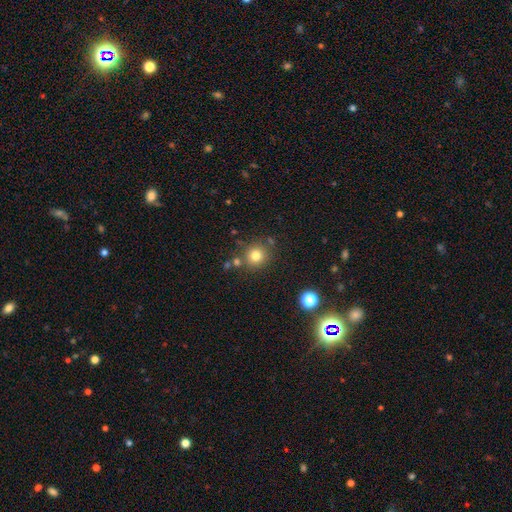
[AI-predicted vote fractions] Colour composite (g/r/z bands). It shows a smooth galaxy with no disk features (78%) that is round (91%). Merging: none (78%).